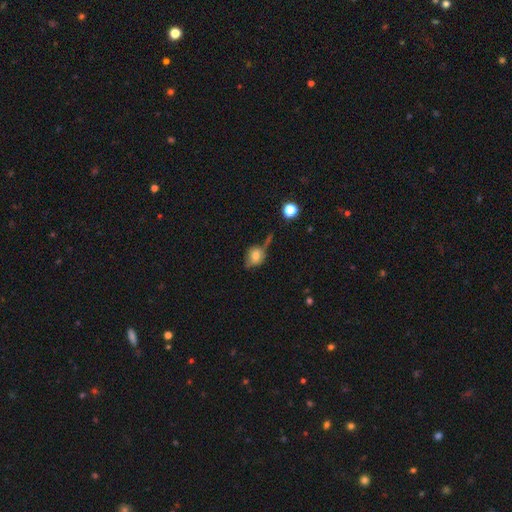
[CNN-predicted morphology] A smooth galaxy with no disk features (69%) that is round (60%). Merging: none (51%).